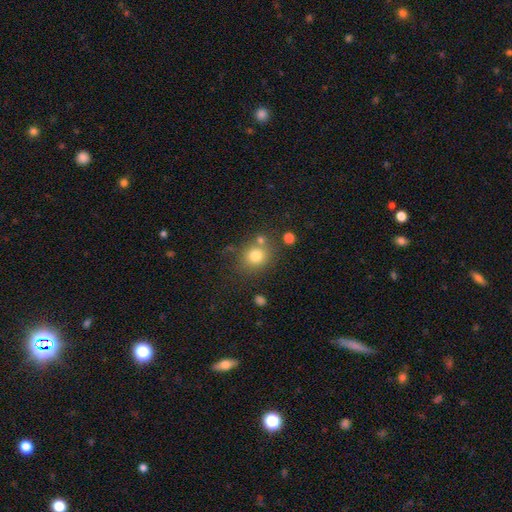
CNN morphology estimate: Q: Smooth or featured?
A: smooth (78%); runner-up: star or artifact (13%)
Q: How rounded?
A: round (79%); runner-up: in between (20%)
Q: Merging?
A: none (69%); runner-up: merger (15%)